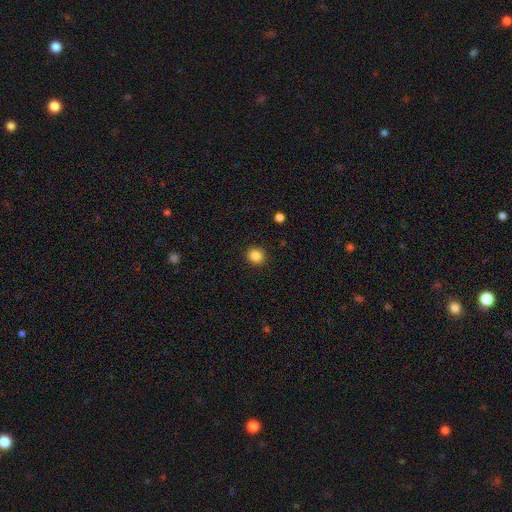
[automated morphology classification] The model was most divided on "smooth or featured": smooth: 85%, star or artifact: 11%, featured or disk: 4%. More confident: merging — none (92%); how rounded — round (89%).